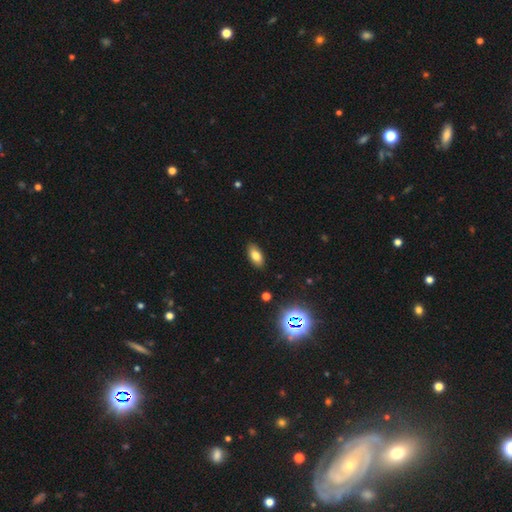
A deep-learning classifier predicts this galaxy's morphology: type=smooth (77%); roundness=in between (89%); merging=none (88%).